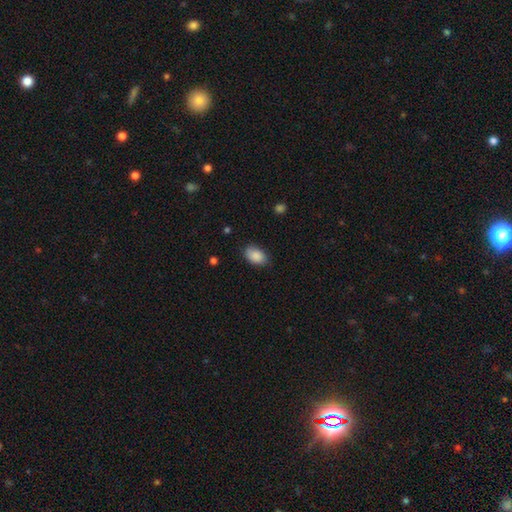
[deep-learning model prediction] This is clearly a smooth galaxy (88%). How rounded: clearly in between (89%). Merging: likely none (78%).